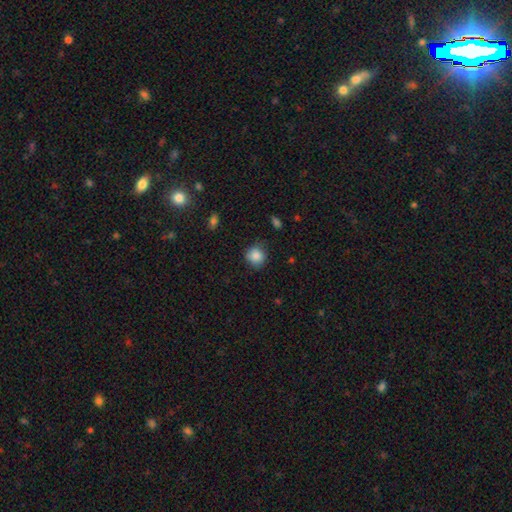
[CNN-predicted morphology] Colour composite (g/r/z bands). It shows a smooth galaxy with no disk features (85%) that is round (86%). Merging: none (77%).